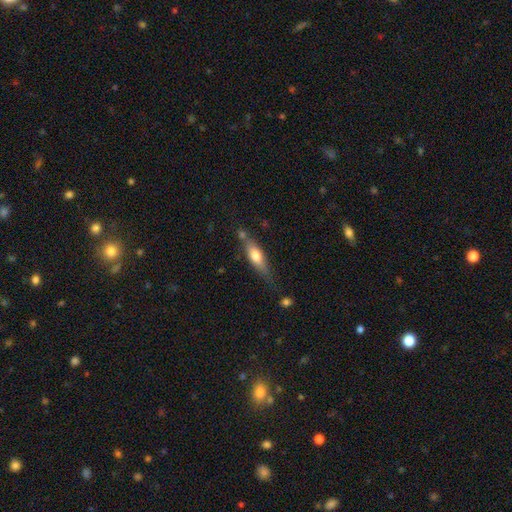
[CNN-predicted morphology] Smooth or featured? Predicted: smooth (p=0.58). How rounded? Predicted: cigar-shaped (p=0.57). Merging? Predicted: none (p=0.65).